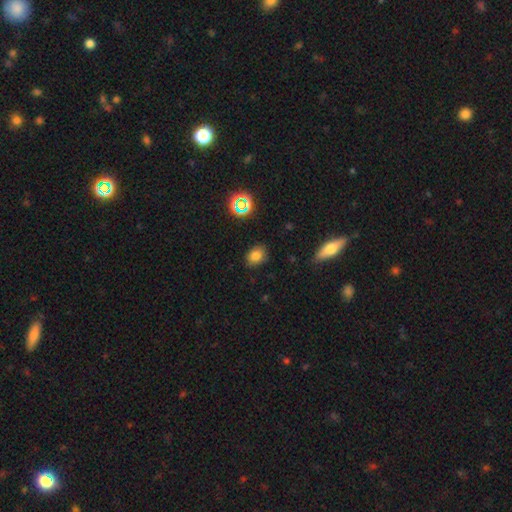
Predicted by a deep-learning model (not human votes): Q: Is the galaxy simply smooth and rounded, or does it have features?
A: smooth — 77%.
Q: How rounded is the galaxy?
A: in between — 68%.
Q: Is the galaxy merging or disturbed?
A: none — 81%.